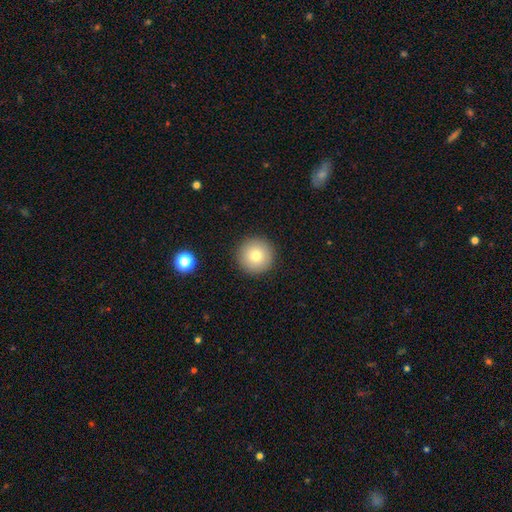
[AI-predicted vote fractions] Q: Smooth or featured?
A: smooth (79%); runner-up: featured or disk (12%)
Q: How rounded?
A: round (97%); runner-up: in between (2%)
Q: Merging?
A: none (92%); runner-up: minor disturbance (5%)